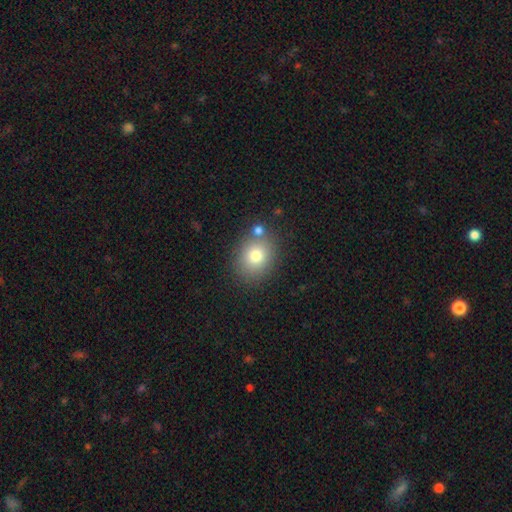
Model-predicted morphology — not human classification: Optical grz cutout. It shows a smooth galaxy with no disk features (77%) that is round (60%). Merging: none (75%).